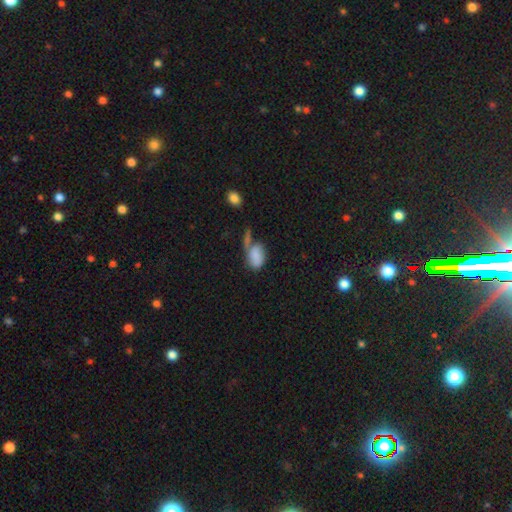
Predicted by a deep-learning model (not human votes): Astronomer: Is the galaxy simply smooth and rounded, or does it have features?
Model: smooth — 81%.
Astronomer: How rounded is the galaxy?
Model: in between — 90%.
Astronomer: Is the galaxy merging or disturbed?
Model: none — 37% (runner-up: merger, 28%).